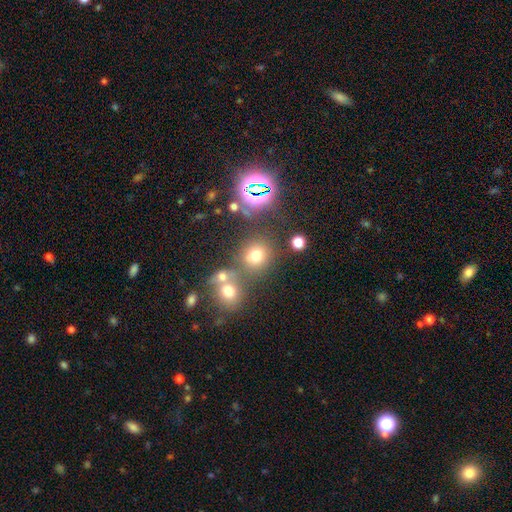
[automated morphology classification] Smooth or featured?
  - smooth: 68% *
  - star or artifact: 23%
  - featured or disk: 9%
How rounded?
  - round: 85% *
  - in between: 14%
  - cigar-shaped: 1%
Merging?
  - none: 68% *
  - merger: 19%
  - minor disturbance: 9%
  - major disturbance: 5%